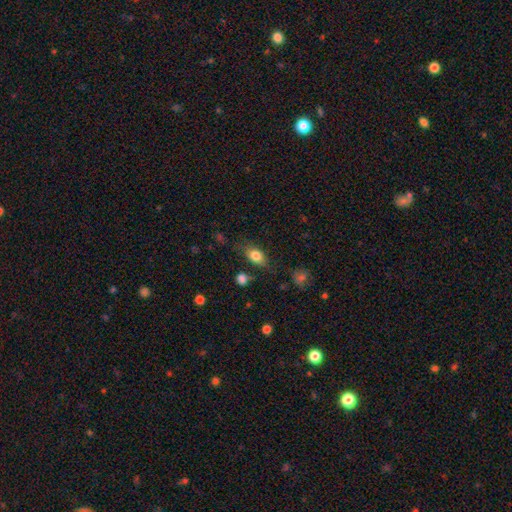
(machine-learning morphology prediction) Smooth or featured?
  - smooth: 80% *
  - featured or disk: 11%
  - star or artifact: 9%
How rounded?
  - in between: 80% *
  - round: 15%
  - cigar-shaped: 5%
Merging?
  - none: 72% *
  - minor disturbance: 19%
  - major disturbance: 6%
  - merger: 3%